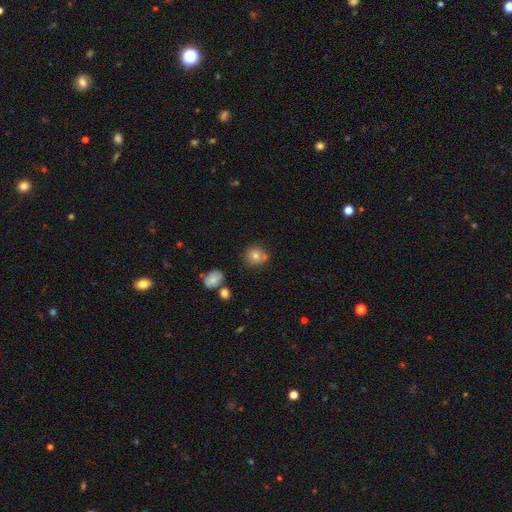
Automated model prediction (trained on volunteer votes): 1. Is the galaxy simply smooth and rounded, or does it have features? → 75% smooth, 14% star or artifact, 11% featured or disk.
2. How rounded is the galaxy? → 88% round, 11% in between, 1% cigar-shaped.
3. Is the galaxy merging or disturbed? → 70% none, 14% merger, 13% minor disturbance, 4% major disturbance.